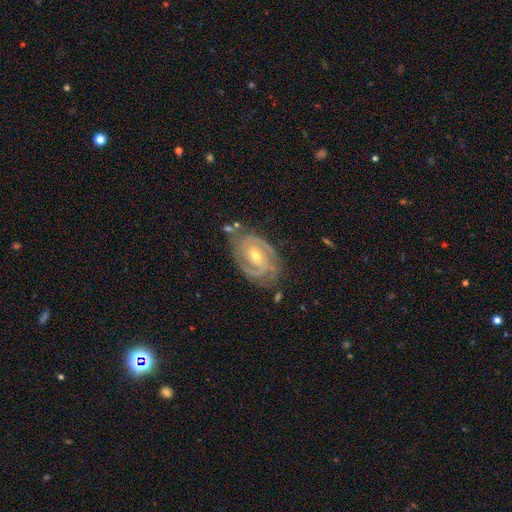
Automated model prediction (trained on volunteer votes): Smooth or featured: featured or disk — 91% (star or artifact — 5%)
Edge-on disk: no — 97% (yes — 3%)
Bar: no — 50% (weak — 35%)
Spiral arms: yes — 98% (no — 2%)
Spiral winding: tight — 69% (medium — 27%)
Spiral arm count: 2 — 68% (3 — 17%)
Bulge size: small — 49% (moderate — 48%)
Merging: none — 76% (minor disturbance — 17%)